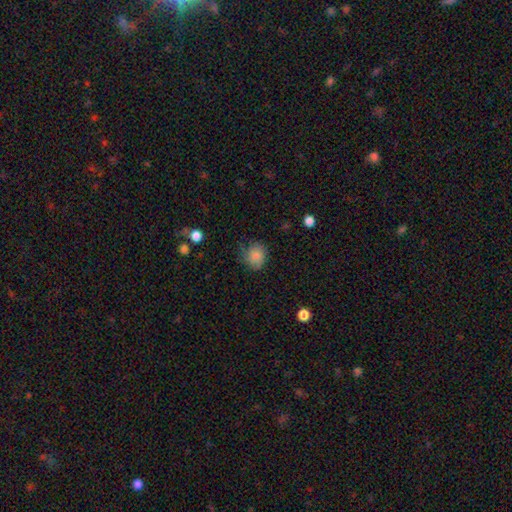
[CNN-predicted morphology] smooth 83%, star or artifact 9%, featured or disk 8%. Down the decision tree: how rounded — round (76%); merging — none (62%).